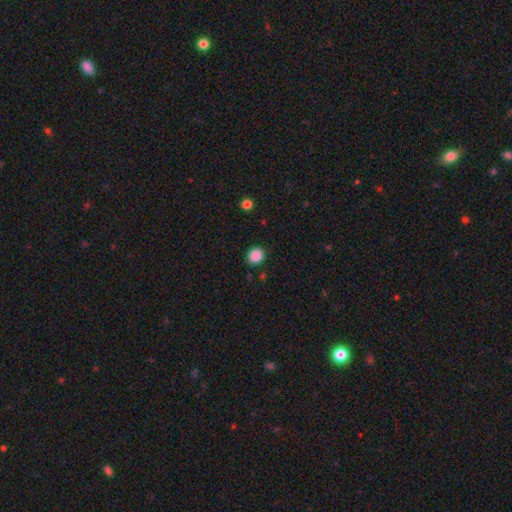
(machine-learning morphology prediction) Smooth or featured? Predicted: smooth (p=0.88). How rounded? Predicted: round (p=0.69). Merging? Predicted: none (p=0.89).